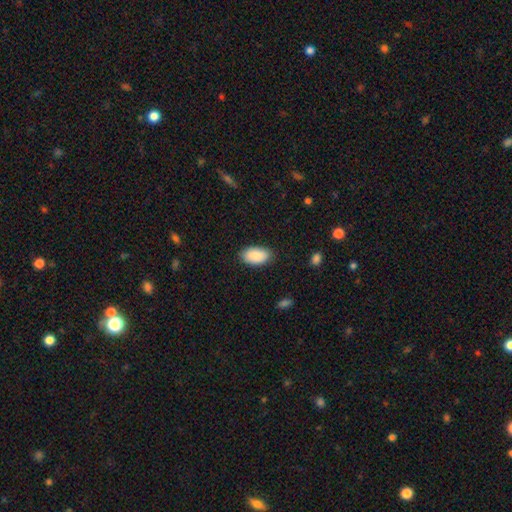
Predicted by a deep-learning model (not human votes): Q: Smooth or featured?
A: smooth (89%); runner-up: star or artifact (6%)
Q: How rounded?
A: in between (95%); runner-up: round (4%)
Q: Merging?
A: none (85%); runner-up: minor disturbance (11%)